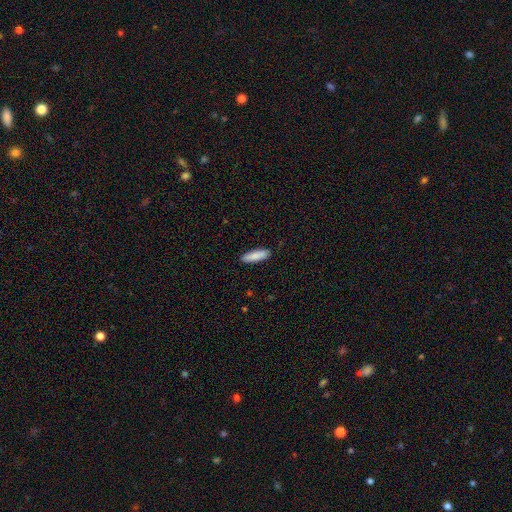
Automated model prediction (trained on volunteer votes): Smooth or featured: smooth — 87% (featured or disk — 7%)
How rounded: cigar-shaped — 57% (in between — 41%)
Merging: none — 90% (minor disturbance — 8%)